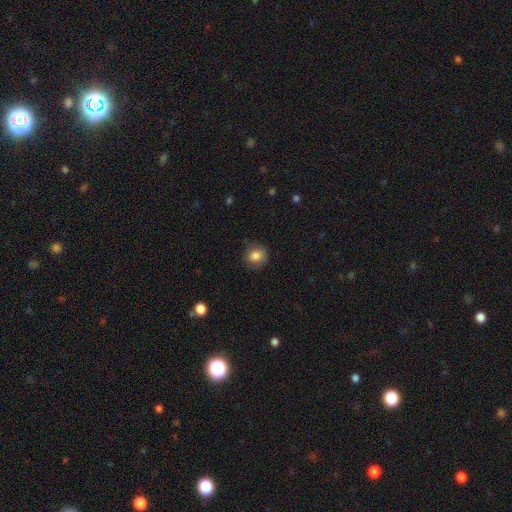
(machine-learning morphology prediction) Q: Smooth or featured?
A: smooth (82%); runner-up: star or artifact (9%)
Q: How rounded?
A: round (79%); runner-up: in between (20%)
Q: Merging?
A: none (75%); runner-up: minor disturbance (18%)